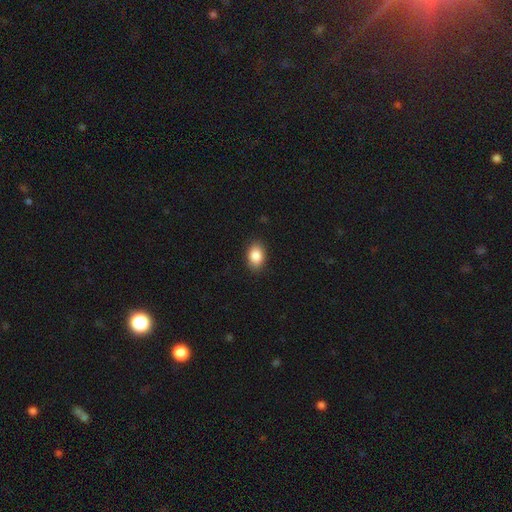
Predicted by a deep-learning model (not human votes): Overall: smooth (87%). How rounded: in between (83%). Merging: none (88%).